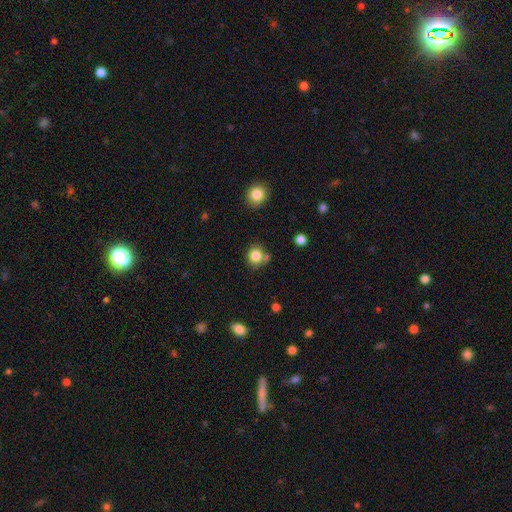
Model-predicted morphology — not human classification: Smooth or featured? Predicted: smooth (p=0.82). How rounded? Predicted: round (p=0.86). Merging? Predicted: none (p=0.68).